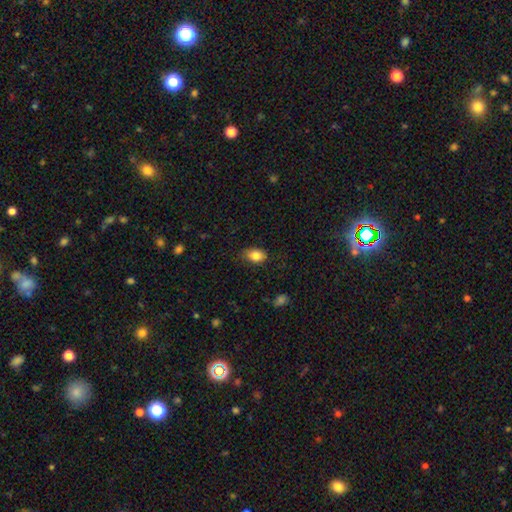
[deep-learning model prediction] Overall: smooth (83%). How rounded: in between (81%). Merging: none (75%).